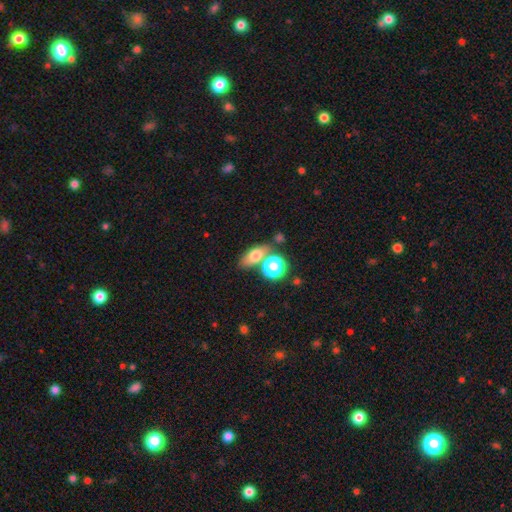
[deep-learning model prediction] Smooth or featured? smooth (68%)
How rounded? in between (69%)
Merging? none (61%)